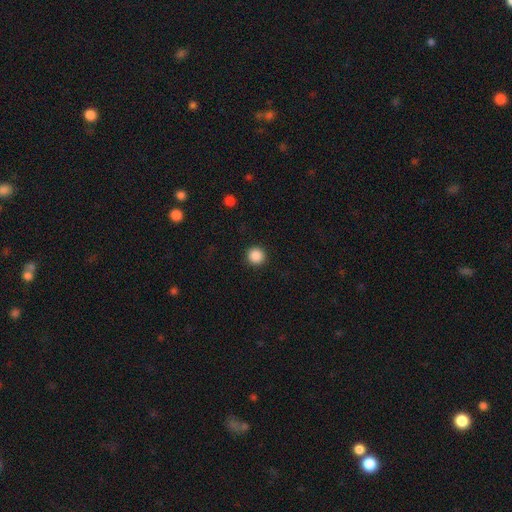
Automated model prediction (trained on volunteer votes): Smooth or featured: smooth — 88% (star or artifact — 10%)
How rounded: round — 95% (in between — 4%)
Merging: none — 92% (minor disturbance — 5%)